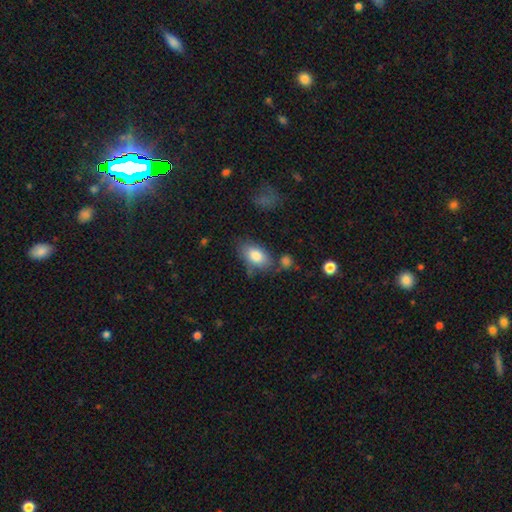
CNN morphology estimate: Overall: smooth (82%). How rounded: in between (91%). Merging: none (63%).